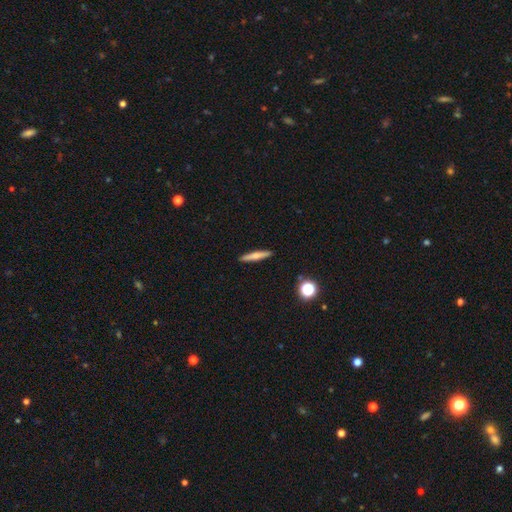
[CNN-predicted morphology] Smooth or featured: smooth — 62% (featured or disk — 31%)
How rounded: cigar-shaped — 91% (in between — 6%)
Merging: none — 91% (minor disturbance — 6%)